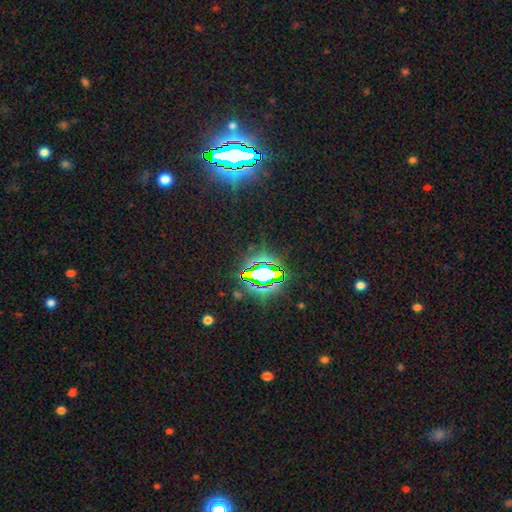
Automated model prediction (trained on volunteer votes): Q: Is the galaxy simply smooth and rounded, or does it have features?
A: star or artifact — 84%.